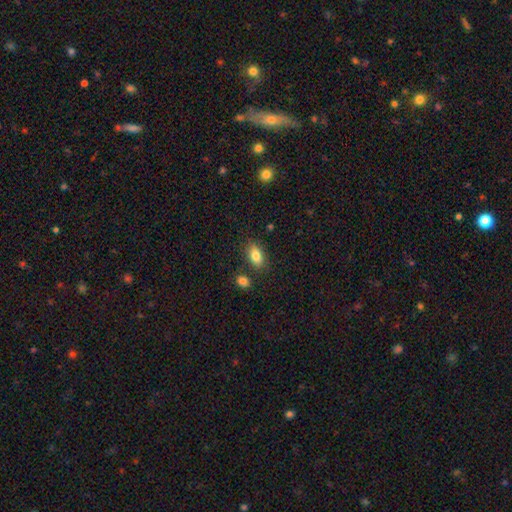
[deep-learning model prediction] A smooth galaxy with no disk features (83%) that is in between round and cigar-shaped (89%). Merging: none (80%).